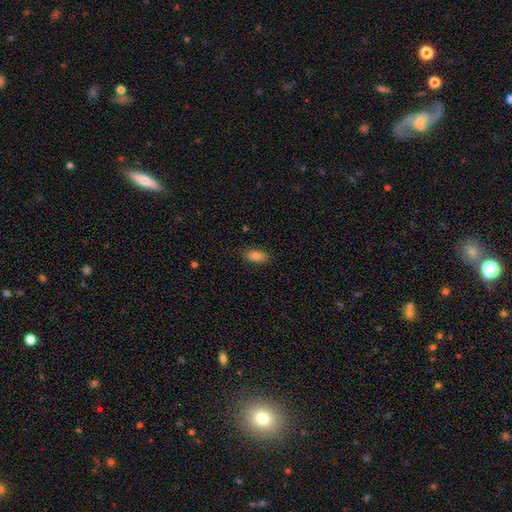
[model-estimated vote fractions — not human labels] Morphology: type=smooth (85%); roundness=in between (88%); merging=none (83%).